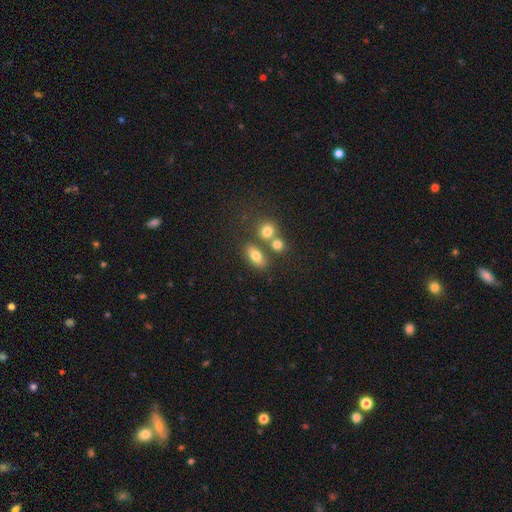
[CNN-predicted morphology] A smooth galaxy with no disk features (75%) that is in between round and cigar-shaped (74%). Merging: none (62%).